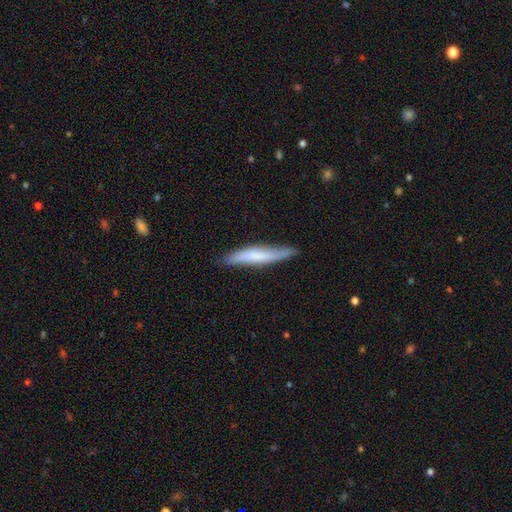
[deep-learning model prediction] Morphology: type=smooth (59%); roundness=cigar-shaped (92%); merging=none (75%).